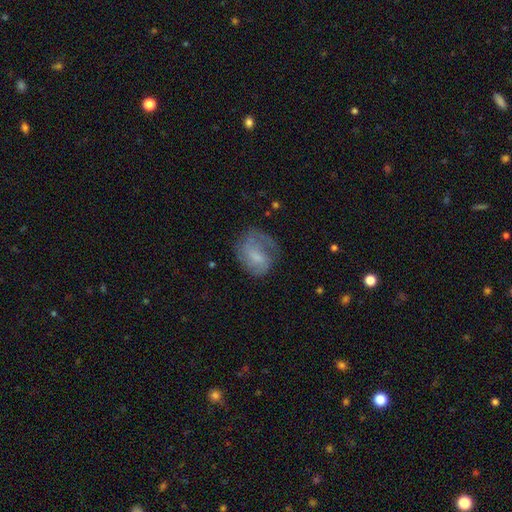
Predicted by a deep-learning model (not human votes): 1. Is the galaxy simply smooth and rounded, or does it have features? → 56% featured or disk, 35% smooth, 9% star or artifact.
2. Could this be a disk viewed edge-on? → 97% no, 3% yes.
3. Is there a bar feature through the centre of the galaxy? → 48% weak, 40% no, 12% strong.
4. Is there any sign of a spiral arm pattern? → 79% yes, 21% no.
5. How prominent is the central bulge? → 43% small, 26% none, 25% moderate, 4% large, 1% dominant.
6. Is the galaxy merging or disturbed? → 52% none, 25% minor disturbance, 21% major disturbance, 2% merger.